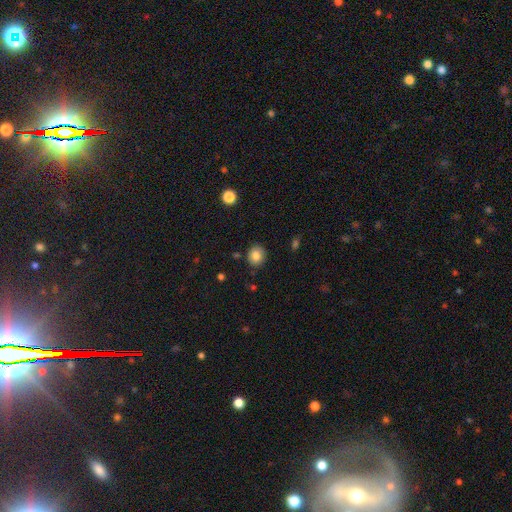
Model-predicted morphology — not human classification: Smooth or featured: smooth — 83% (star or artifact — 10%)
How rounded: round — 77% (in between — 22%)
Merging: none — 86% (minor disturbance — 10%)